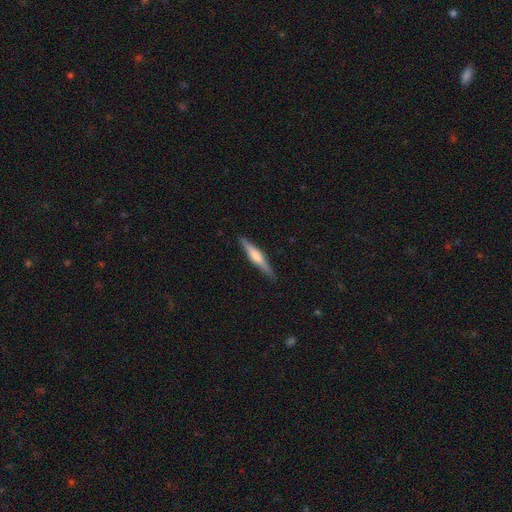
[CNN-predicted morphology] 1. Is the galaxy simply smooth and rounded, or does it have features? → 53% featured or disk, 42% smooth, 5% star or artifact.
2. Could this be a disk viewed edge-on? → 97% yes, 3% no.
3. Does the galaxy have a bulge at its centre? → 68% rounded, 17% boxy, 14% none.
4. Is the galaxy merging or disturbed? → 89% none, 8% minor disturbance, 2% major disturbance, 1% merger.